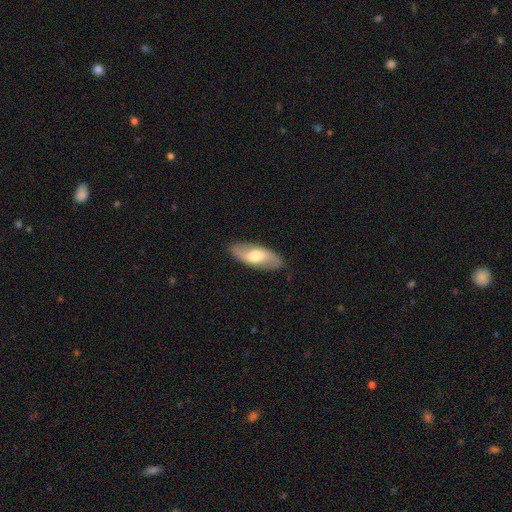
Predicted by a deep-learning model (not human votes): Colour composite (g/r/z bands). It shows a featured or disk galaxy (51%). Merging: none (85%).